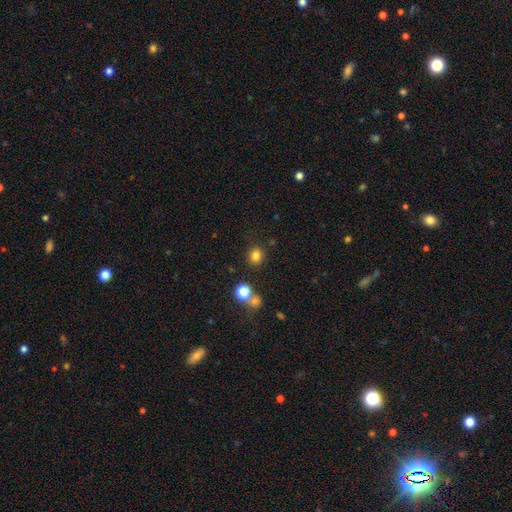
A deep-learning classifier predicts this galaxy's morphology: This is clearly a smooth galaxy (81%). How rounded: likely round (80%). Merging: clearly none (84%).